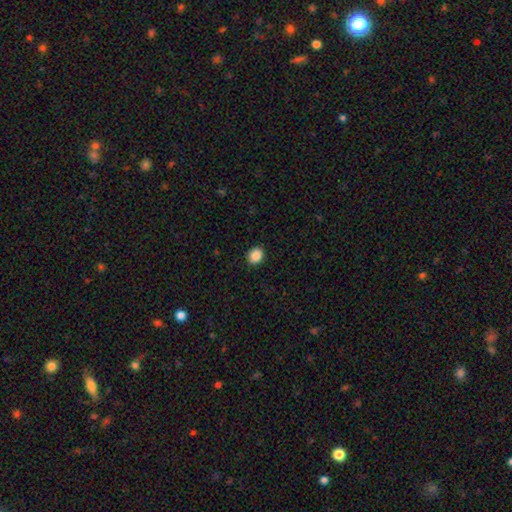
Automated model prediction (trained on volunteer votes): The model was most divided on "how rounded": round: 69%, in between: 30%, cigar-shaped: 1%. More confident: merging — none (91%); smooth or featured — smooth (88%).